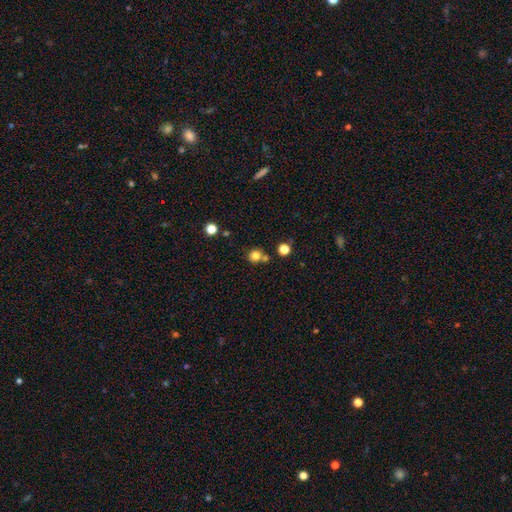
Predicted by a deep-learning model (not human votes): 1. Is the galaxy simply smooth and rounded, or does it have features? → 80% smooth, 14% star or artifact, 7% featured or disk.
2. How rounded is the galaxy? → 90% round, 9% in between, 1% cigar-shaped.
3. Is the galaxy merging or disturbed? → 66% none, 22% merger, 9% minor disturbance, 3% major disturbance.